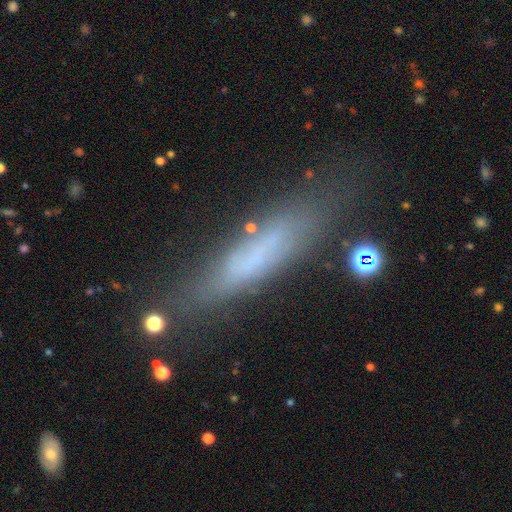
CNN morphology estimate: The model was most divided on "smooth or featured": smooth: 52%, featured or disk: 36%, star or artifact: 12%. More confident: how rounded — cigar-shaped (84%); merging — none (74%).